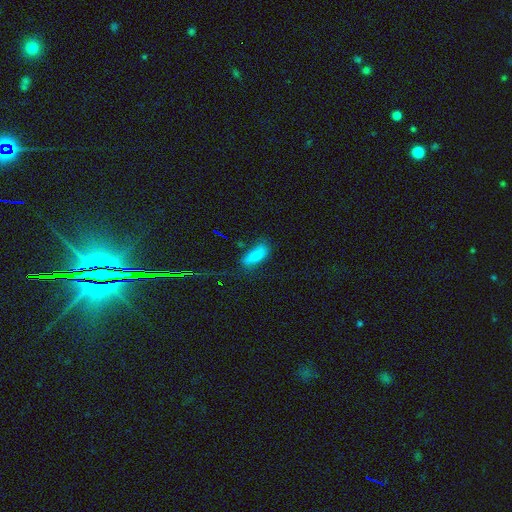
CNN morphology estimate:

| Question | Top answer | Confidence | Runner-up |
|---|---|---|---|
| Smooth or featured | smooth | 76% | featured or disk (12%) |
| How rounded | in between | 77% | cigar-shaped (20%) |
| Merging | none | 57% | minor disturbance (25%) |